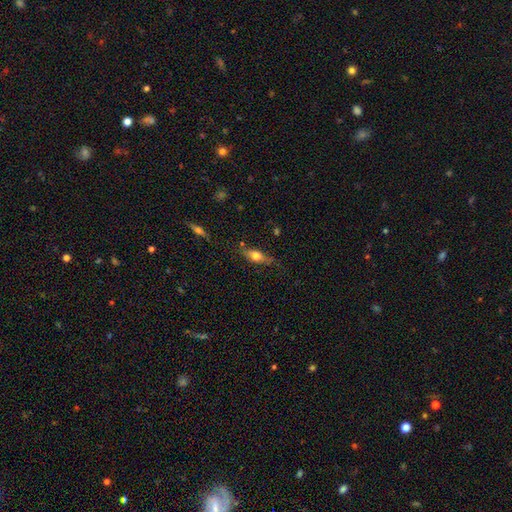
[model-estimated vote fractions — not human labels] smooth 52%, featured or disk 40%, star or artifact 7%. Down the decision tree: how rounded — in between (53%); merging — none (70%).